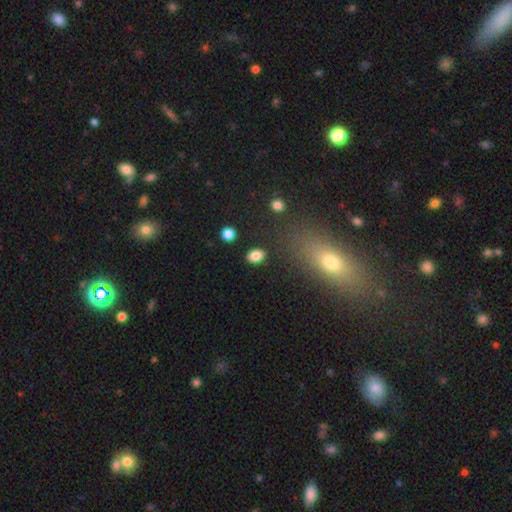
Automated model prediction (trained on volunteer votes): smooth 84%, star or artifact 10%, featured or disk 6%. Down the decision tree: how rounded — in between (76%); merging — none (87%).